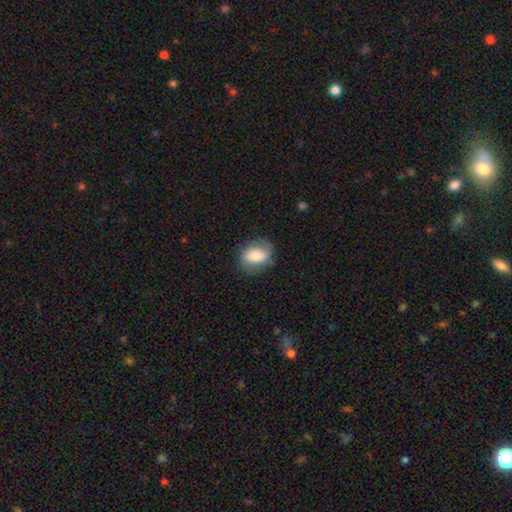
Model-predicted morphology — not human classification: A smooth galaxy with no disk features (64%) that is in between round and cigar-shaped (71%).

Vote fractions:
- Smooth or featured? smooth: 64% / featured or disk: 29% / star or artifact: 7%
- How rounded? in between: 71% / round: 27% / cigar-shaped: 2%
- Merging? none: 75% / minor disturbance: 17% / major disturbance: 6% / merger: 1%